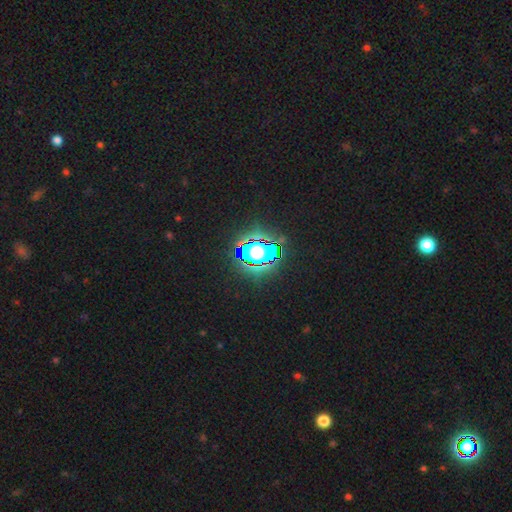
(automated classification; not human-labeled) Smooth or featured? Predicted: star or artifact (p=0.81).